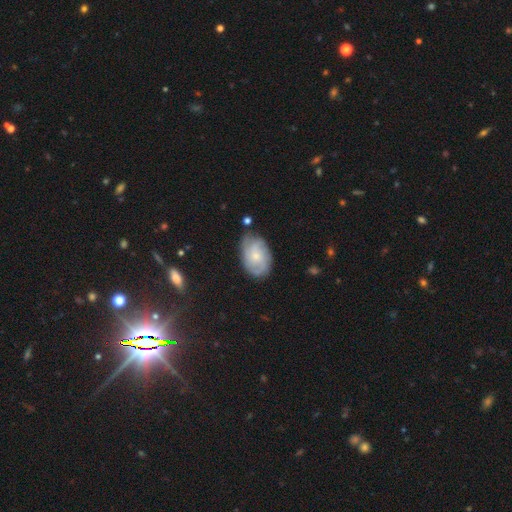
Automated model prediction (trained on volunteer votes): A featured or disk galaxy (61%) with no bar (75%), tight (51%) spiral arms (89%) and a small central bulge (63%). Merging: none (71%).